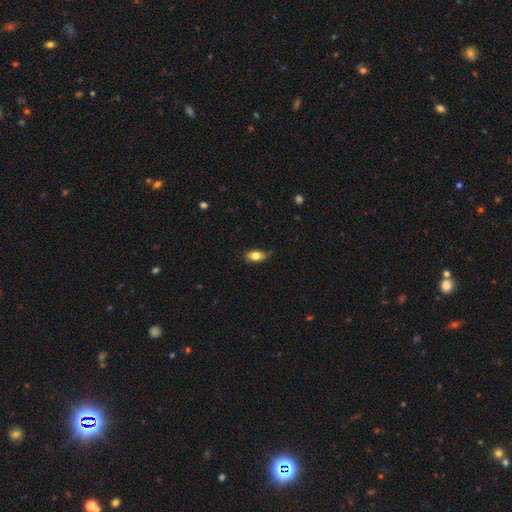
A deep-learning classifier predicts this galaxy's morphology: This appears to be a smooth galaxy with no disk features (79%) that is in between round and cigar-shaped (87%). Merging: none (77%).